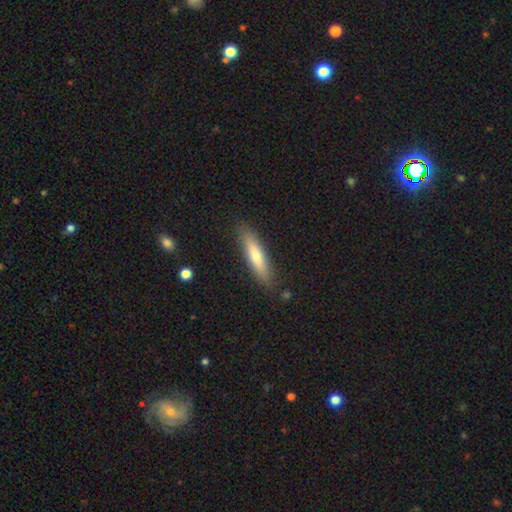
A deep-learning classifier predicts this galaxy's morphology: A smooth galaxy with no disk features (58%) that is cigar-shaped (83%).

Vote fractions:
- Smooth or featured? smooth: 58% / featured or disk: 33% / star or artifact: 9%
- How rounded? cigar-shaped: 83% / in between: 15% / round: 2%
- Merging? none: 86% / minor disturbance: 11% / major disturbance: 2% / merger: 2%